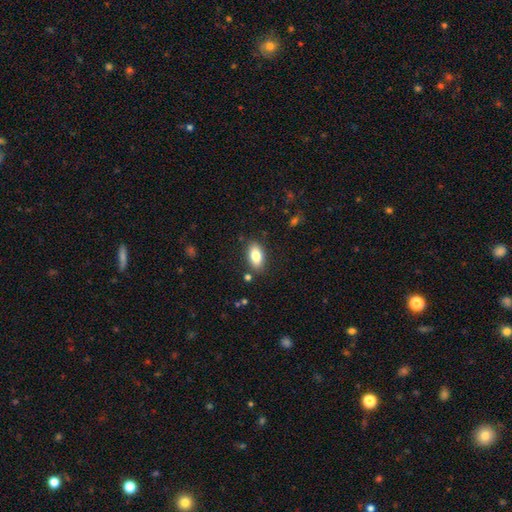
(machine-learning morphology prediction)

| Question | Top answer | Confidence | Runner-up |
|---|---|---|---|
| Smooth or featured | smooth | 82% | featured or disk (10%) |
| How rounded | in between | 91% | round (5%) |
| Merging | none | 85% | minor disturbance (10%) |